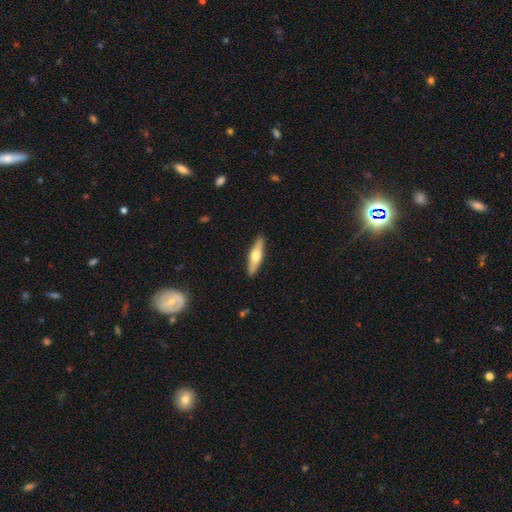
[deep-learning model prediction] Smooth or featured? featured or disk (50%)
Merging? none (90%)